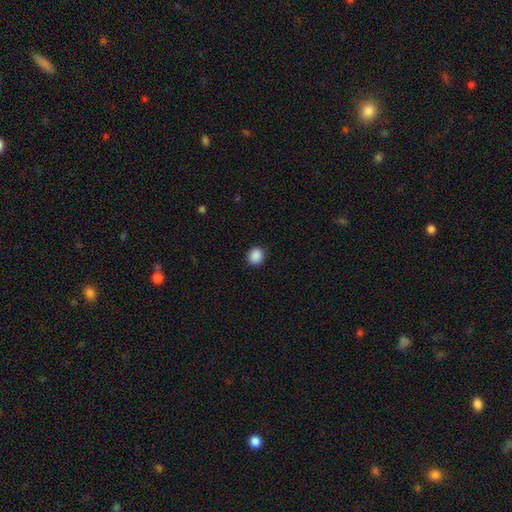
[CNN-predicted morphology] Overall: smooth (89%). How rounded: round (87%). Merging: none (91%).